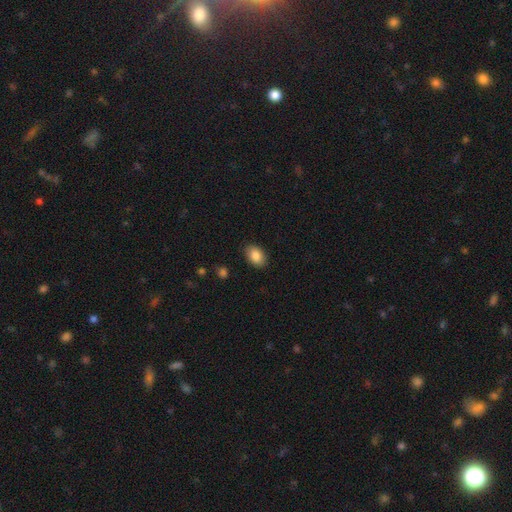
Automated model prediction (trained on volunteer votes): Smooth or featured? Predicted: smooth (p=0.87). How rounded? Predicted: in between (p=0.88). Merging? Predicted: none (p=0.88).